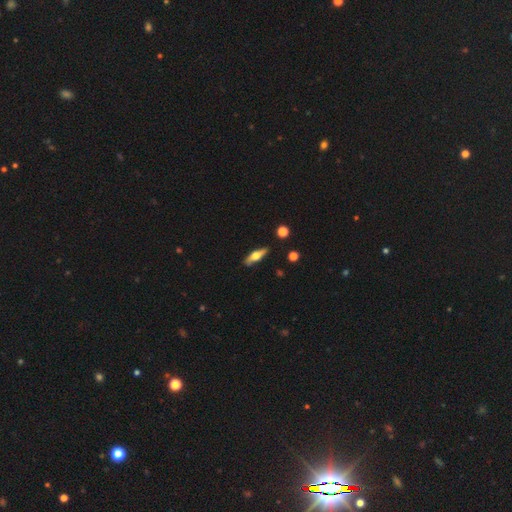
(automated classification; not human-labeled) featured or disk 53%, smooth 41%, star or artifact 6%. Down the decision tree: edge-on disk — yes (86%); merging — none (84%).